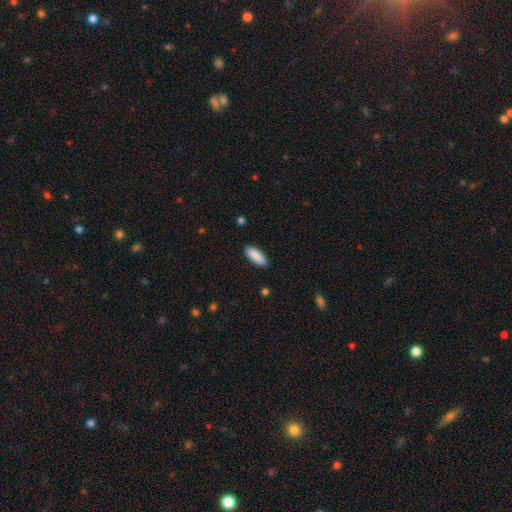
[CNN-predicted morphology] smooth_or_featured: smooth (p=0.90) [alt: star or artifact p=0.06]
how_rounded: in between (p=0.73) [alt: cigar-shaped p=0.26]
merging: none (p=0.89) [alt: minor disturbance p=0.09]